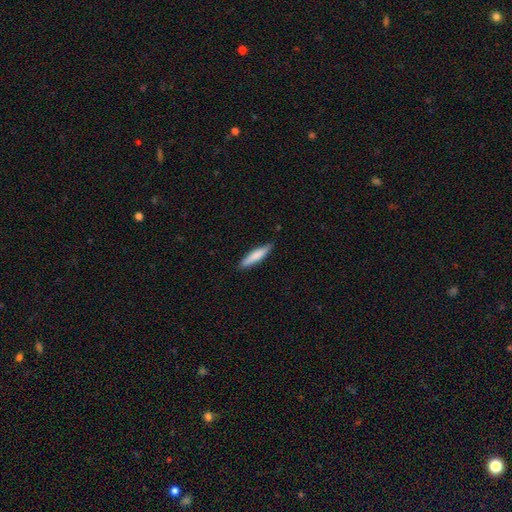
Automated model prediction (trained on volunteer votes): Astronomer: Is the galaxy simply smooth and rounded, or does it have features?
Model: smooth — 77%.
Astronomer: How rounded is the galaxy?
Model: cigar-shaped — 84%.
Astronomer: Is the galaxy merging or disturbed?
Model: none — 85%.